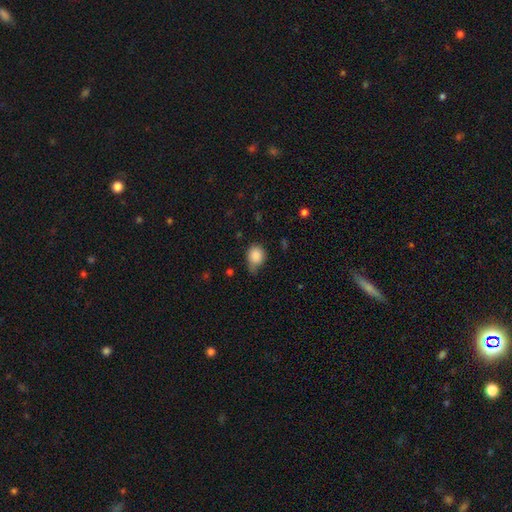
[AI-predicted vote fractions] Smooth or featured? Predicted: smooth (p=0.85). How rounded? Predicted: round (p=0.63). Merging? Predicted: none (p=0.45).